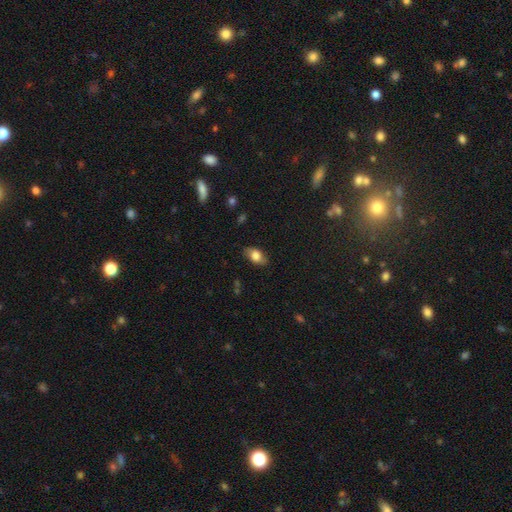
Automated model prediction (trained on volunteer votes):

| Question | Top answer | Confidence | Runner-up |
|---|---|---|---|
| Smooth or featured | smooth | 76% | featured or disk (16%) |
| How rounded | in between | 89% | round (8%) |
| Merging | none | 81% | minor disturbance (15%) |